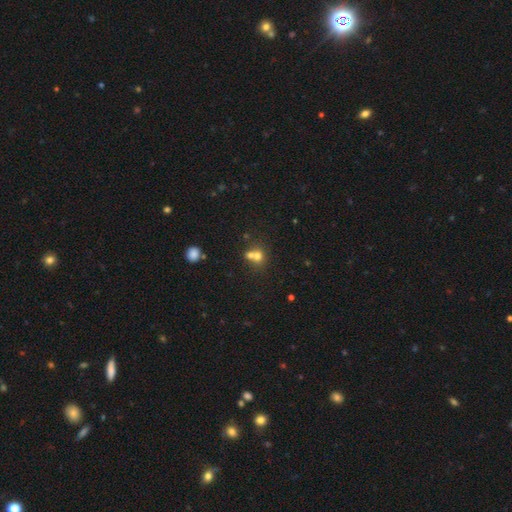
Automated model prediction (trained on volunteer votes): smooth_or_featured: smooth (p=0.67) [alt: star or artifact p=0.17]
how_rounded: round (p=0.76) [alt: in between p=0.23]
merging: merger (p=0.57) [alt: none p=0.34]